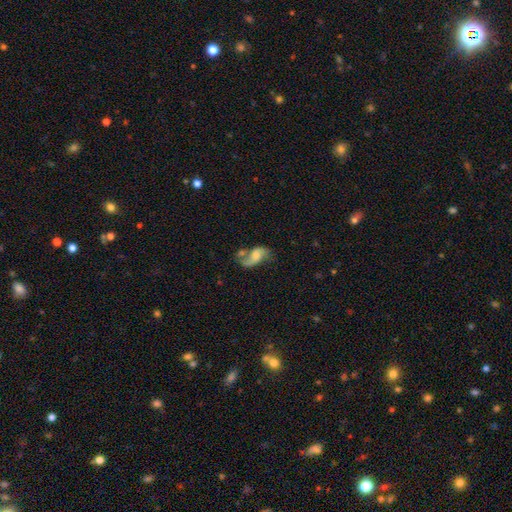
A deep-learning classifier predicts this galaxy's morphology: This is possibly a featured or disk galaxy (57%). It is clearly not viewed edge-on (96%). Bar: possibly no (57%). Spiral arm pattern: clearly yes (82%). Central bulge: marginally none (34%). Merging: marginally none (33%).